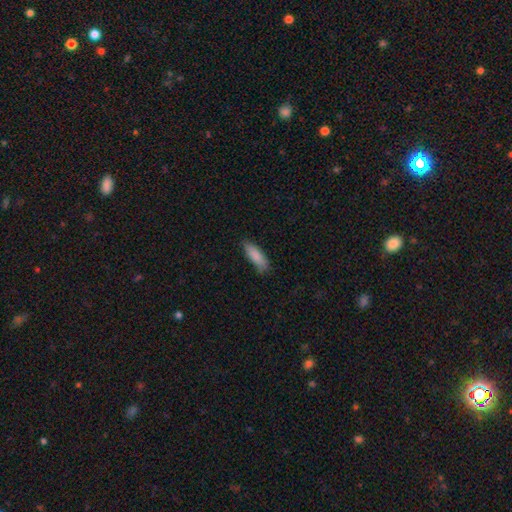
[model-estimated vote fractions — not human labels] This is clearly a smooth galaxy (87%). How rounded: possibly in between (59%). Merging: likely none (74%).